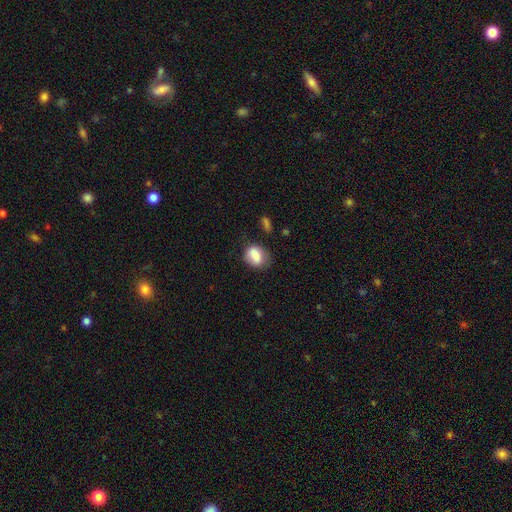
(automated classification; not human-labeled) Smooth or featured?
  - smooth: 80% *
  - featured or disk: 11%
  - star or artifact: 8%
How rounded?
  - in between: 62% *
  - round: 36%
  - cigar-shaped: 2%
Merging?
  - none: 63% *
  - minor disturbance: 25%
  - major disturbance: 8%
  - merger: 4%